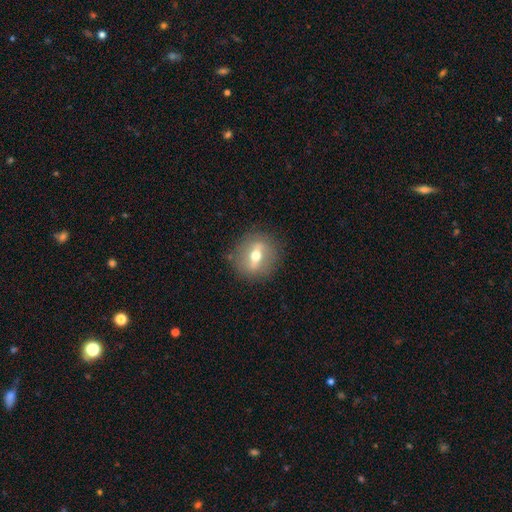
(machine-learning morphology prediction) smooth-or-featured: featured or disk: 59% | smooth: 33% | star or artifact: 8%
  disk-edge-on: no: 60% | yes: 40%
  merging: none: 85% | minor disturbance: 10% | major disturbance: 4% | merger: 1%